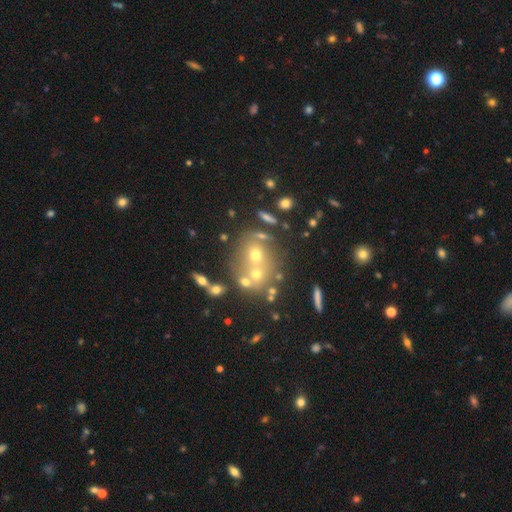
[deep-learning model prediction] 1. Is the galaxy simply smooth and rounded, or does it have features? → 36% star or artifact, 35% smooth, 30% featured or disk.